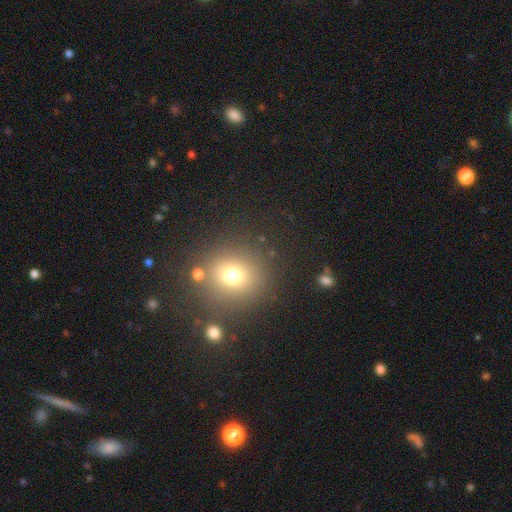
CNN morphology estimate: smooth 61%, star or artifact 30%, featured or disk 9%. Down the decision tree: how rounded — round (86%); merging — none (84%).